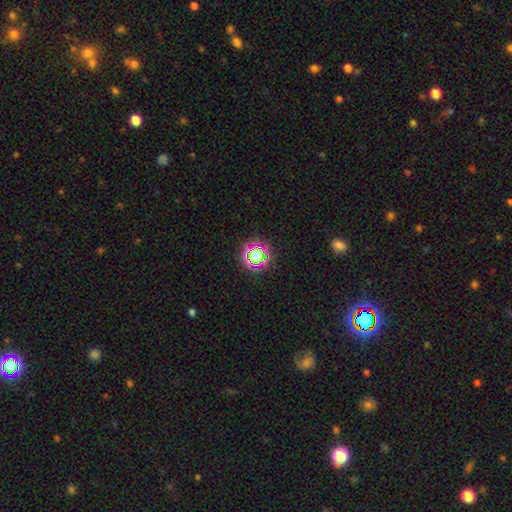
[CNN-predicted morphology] Smooth or featured? Predicted: star or artifact (p=0.56).